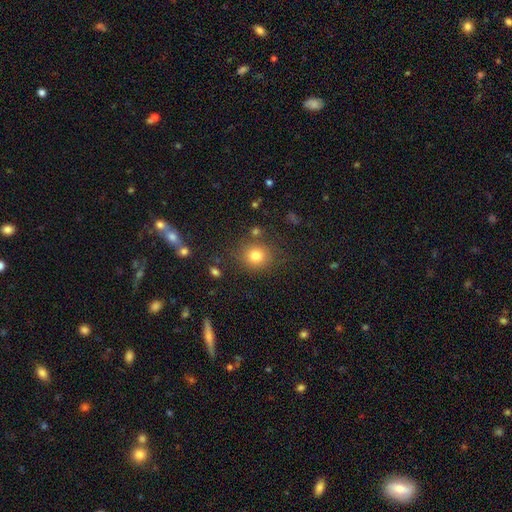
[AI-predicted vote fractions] Q: Smooth or featured?
A: smooth (79%); runner-up: star or artifact (13%)
Q: How rounded?
A: round (83%); runner-up: in between (16%)
Q: Merging?
A: none (80%); runner-up: minor disturbance (11%)